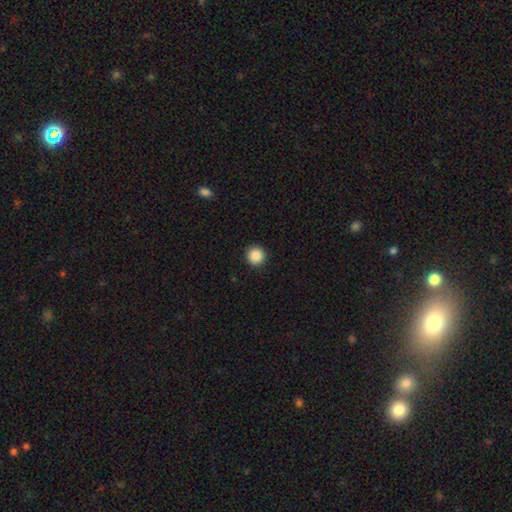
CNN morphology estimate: Smooth or featured? smooth (88%)
How rounded? round (96%)
Merging? none (92%)